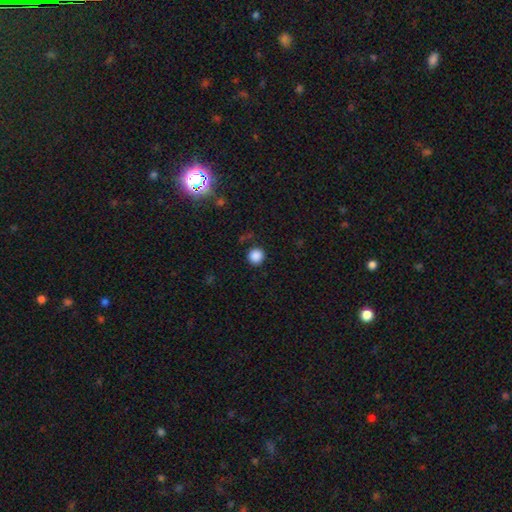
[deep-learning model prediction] smooth 87%, star or artifact 11%, featured or disk 3%. Down the decision tree: how rounded — round (95%); merging — none (89%).